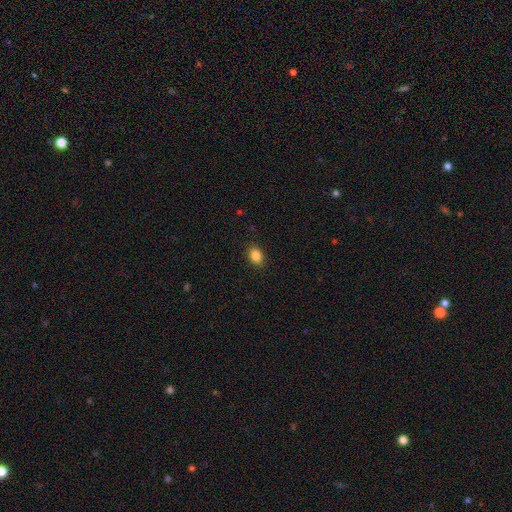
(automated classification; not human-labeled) The model was most divided on "how rounded": in between: 69%, round: 30%, cigar-shaped: 1%. More confident: merging — none (88%); smooth or featured — smooth (86%).